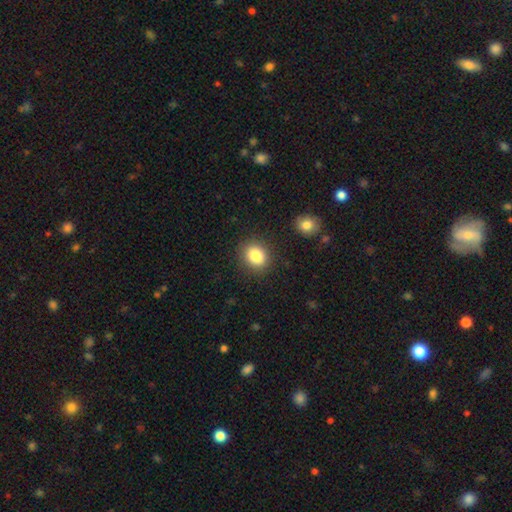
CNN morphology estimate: A smooth galaxy with no disk features (85%) that is round (54%).

Vote fractions:
- Smooth or featured? smooth: 85% / star or artifact: 9% / featured or disk: 6%
- How rounded? round: 54% / in between: 45% / cigar-shaped: 1%
- Merging? none: 86% / minor disturbance: 9% / major disturbance: 3% / merger: 2%